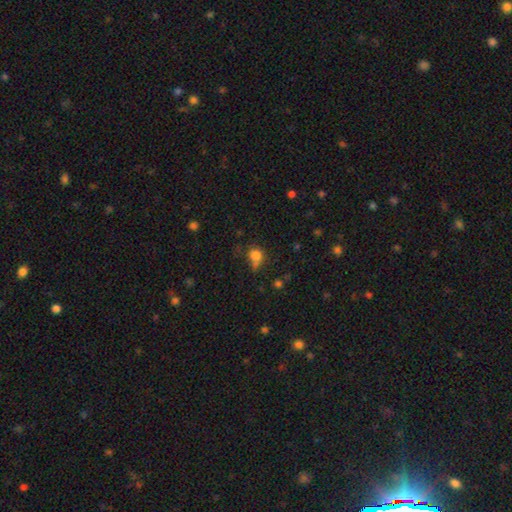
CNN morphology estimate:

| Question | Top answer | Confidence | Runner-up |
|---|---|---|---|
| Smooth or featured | smooth | 79% | star or artifact (13%) |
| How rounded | round | 77% | in between (22%) |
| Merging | none | 48% | minor disturbance (23%) |